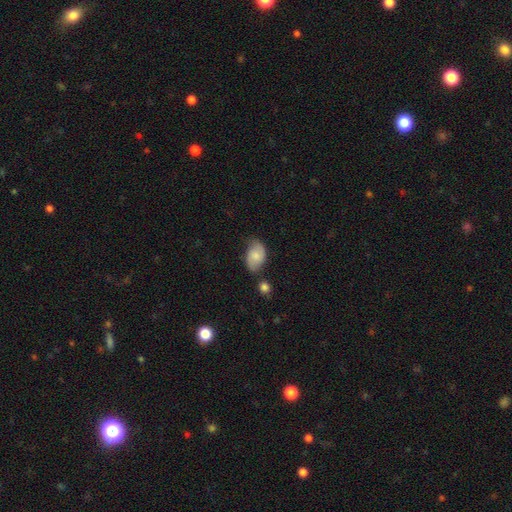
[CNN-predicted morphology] This is likely a smooth galaxy (65%). How rounded: clearly in between (90%). Merging: possibly none (56%).